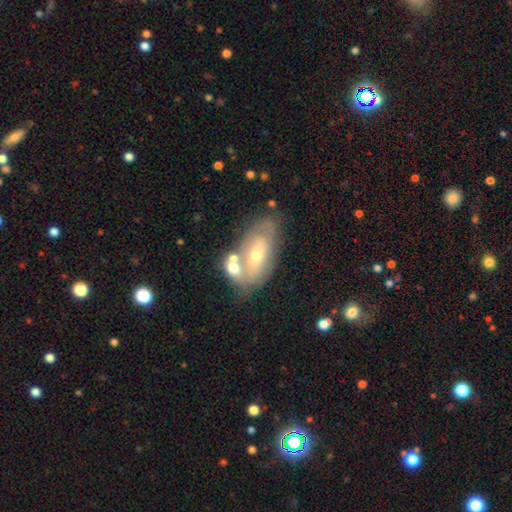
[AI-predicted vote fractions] Smooth or featured?
  - featured or disk: 60% *
  - smooth: 32%
  - star or artifact: 8%
Edge-on disk?
  - no: 87% *
  - yes: 13%
Bar?
  - no: 63% *
  - weak: 26%
  - strong: 11%
Spiral arms?
  - no: 53% *
  - yes: 47%
Bulge size?
  - moderate: 50% *
  - small: 45%
  - large: 2%
  - none: 1%
  - dominant: 1%
Merging?
  - none: 50% *
  - merger: 25%
  - minor disturbance: 18%
  - major disturbance: 7%